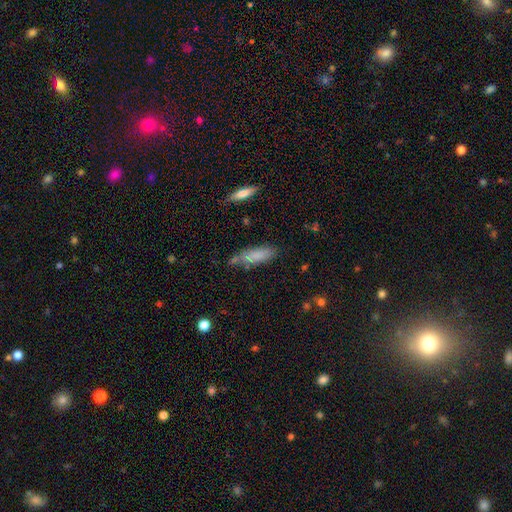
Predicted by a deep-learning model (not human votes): Smooth or featured?
  - smooth: 79% *
  - featured or disk: 13%
  - star or artifact: 8%
How rounded?
  - cigar-shaped: 51% *
  - in between: 47%
  - round: 2%
Merging?
  - none: 61% *
  - minor disturbance: 24%
  - merger: 9%
  - major disturbance: 6%